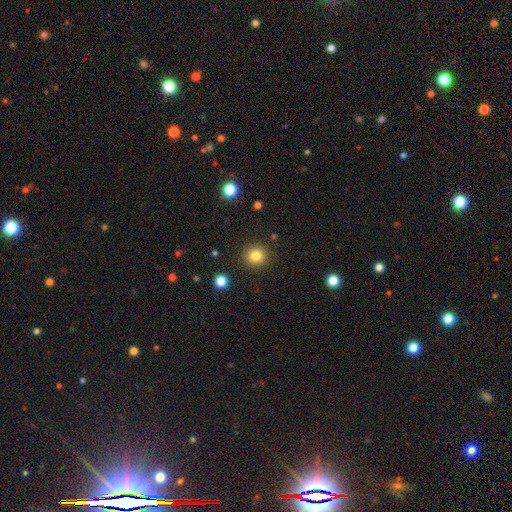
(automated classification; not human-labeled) smooth-or-featured: smooth: 82% | star or artifact: 12% | featured or disk: 6%
  how-rounded: round: 93% | in between: 6% | cigar-shaped: 1%
  merging: none: 90% | minor disturbance: 6% | major disturbance: 2% | merger: 2%